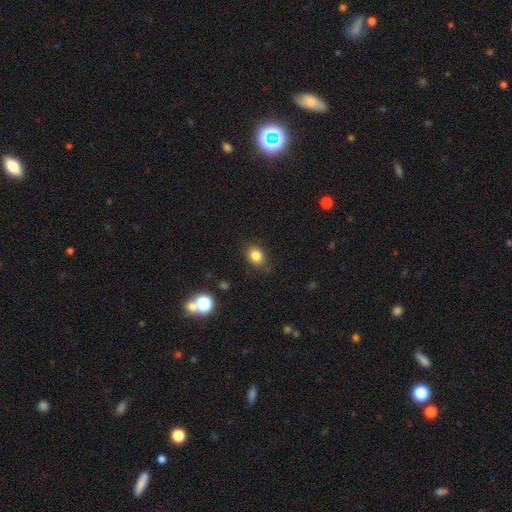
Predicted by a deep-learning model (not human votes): This appears to be a smooth galaxy with no disk features (83%) that is in between round and cigar-shaped (56%). Merging: none (83%).